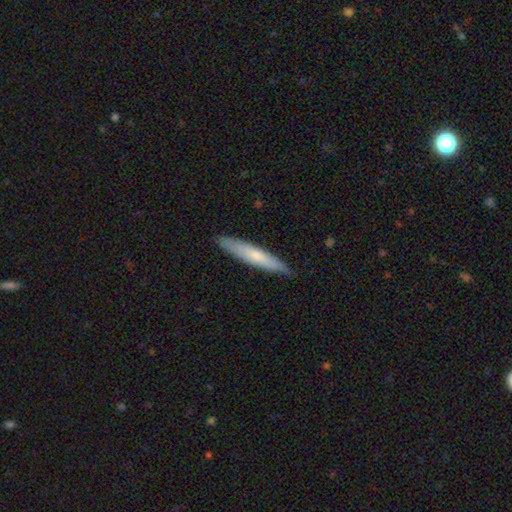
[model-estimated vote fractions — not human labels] Overall: smooth (64%; featured or disk 31%). How rounded: cigar-shaped (91%). Merging: none (88%).